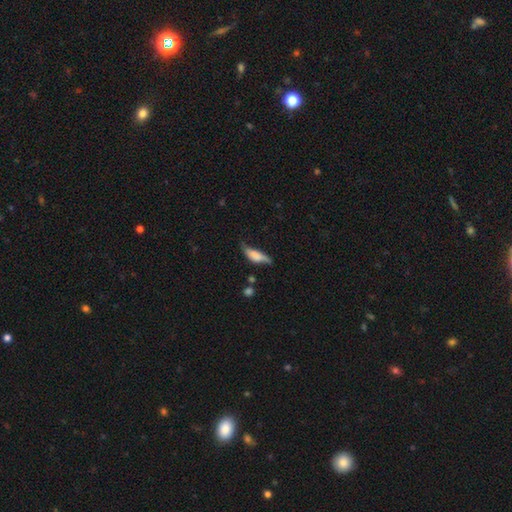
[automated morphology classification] This is likely a smooth galaxy (61%). How rounded: likely in between (60%). Merging: marginally none (44%).